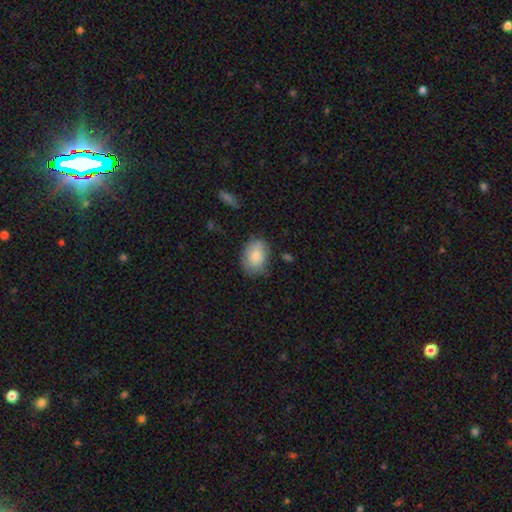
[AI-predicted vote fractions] A smooth galaxy with no disk features (83%) that is in between round and cigar-shaped (72%).

Vote fractions:
- Smooth or featured? smooth: 83% / featured or disk: 10% / star or artifact: 7%
- How rounded? in between: 72% / round: 27% / cigar-shaped: 1%
- Merging? none: 72% / minor disturbance: 21% / major disturbance: 5% / merger: 2%